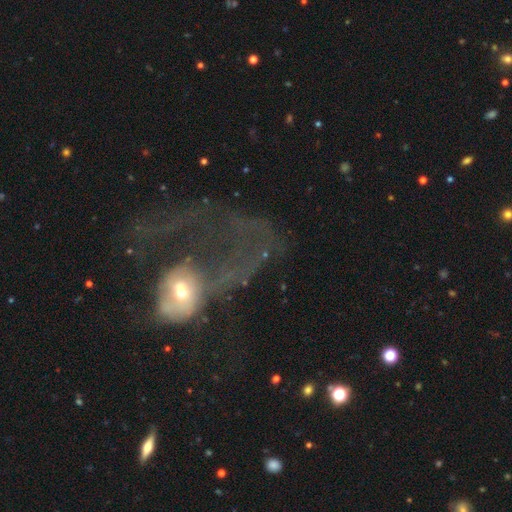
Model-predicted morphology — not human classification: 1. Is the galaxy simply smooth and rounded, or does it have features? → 47% featured or disk, 36% smooth, 17% star or artifact.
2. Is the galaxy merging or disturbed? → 64% major disturbance, 16% merger, 12% none, 8% minor disturbance.